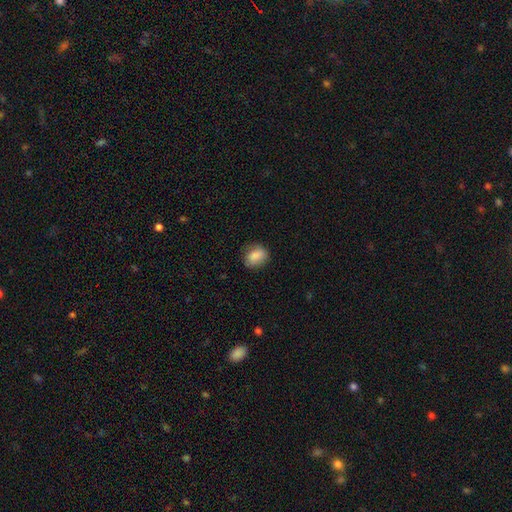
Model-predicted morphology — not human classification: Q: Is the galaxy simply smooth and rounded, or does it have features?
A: smooth — 85%.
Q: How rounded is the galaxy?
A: in between — 52%.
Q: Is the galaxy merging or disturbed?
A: none — 75%.